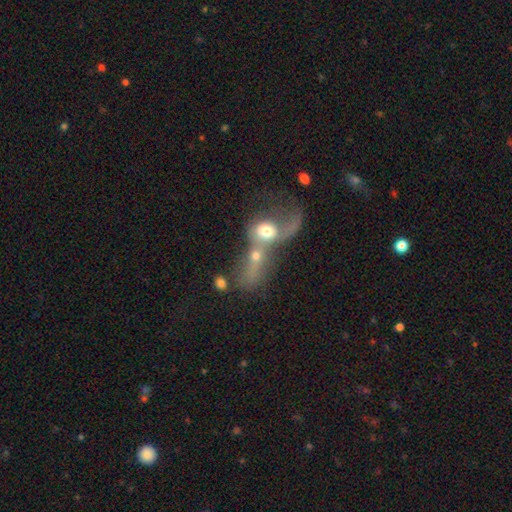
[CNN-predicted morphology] This is marginally a featured or disk galaxy (45%). Merging: likely merger (78%).